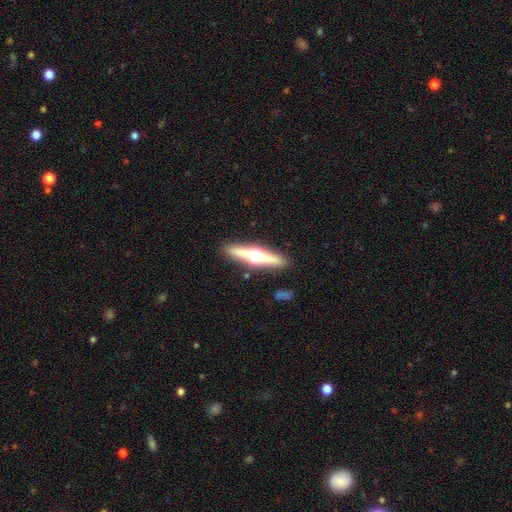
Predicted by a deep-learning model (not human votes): This is likely a featured or disk galaxy (71%). It is clearly viewed edge-on (97%). Edge-on bulge: clearly rounded (95%). Merging: clearly none (90%).